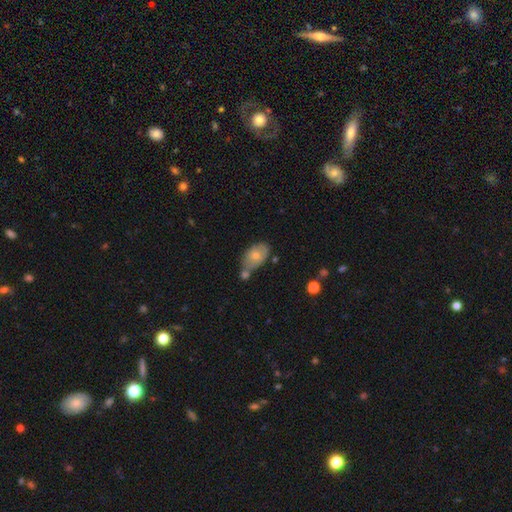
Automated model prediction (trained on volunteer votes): smooth-or-featured: smooth: 65% | featured or disk: 27% | star or artifact: 7%
  how-rounded: in between: 88% | round: 10% | cigar-shaped: 2%
  merging: none: 40% | merger: 32% | minor disturbance: 21% | major disturbance: 6%